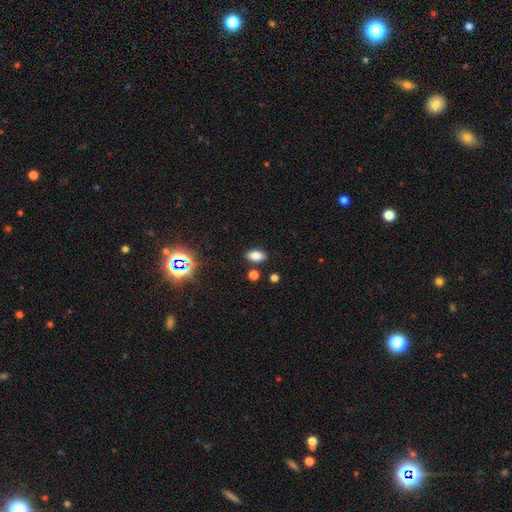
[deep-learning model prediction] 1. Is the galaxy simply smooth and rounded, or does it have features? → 80% smooth, 13% star or artifact, 7% featured or disk.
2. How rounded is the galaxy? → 90% in between, 6% round, 4% cigar-shaped.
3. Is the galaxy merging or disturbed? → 84% none, 9% minor disturbance, 4% merger, 3% major disturbance.